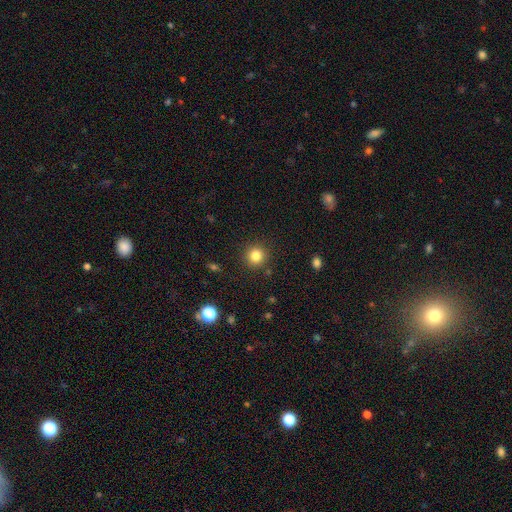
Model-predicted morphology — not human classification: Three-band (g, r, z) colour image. It shows a smooth galaxy with no disk features (82%) that is round (93%). Merging: none (90%).